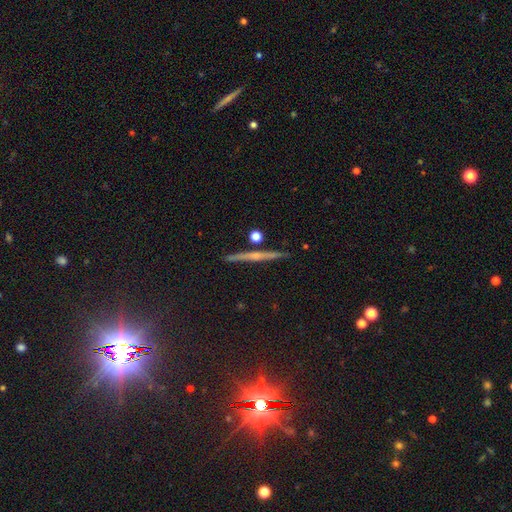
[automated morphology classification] A featured or disk galaxy (62%) viewed edge-on (97%) with a rounded central bulge (51%). Merging: none (90%).